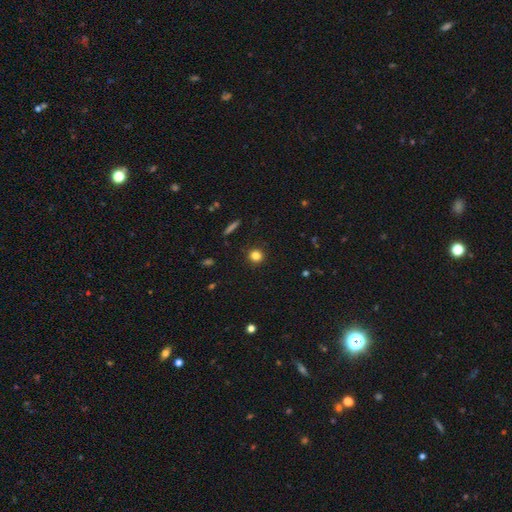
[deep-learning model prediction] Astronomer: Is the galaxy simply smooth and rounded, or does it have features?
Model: smooth — 81%.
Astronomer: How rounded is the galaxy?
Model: round — 93%.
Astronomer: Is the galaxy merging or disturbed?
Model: none — 91%.